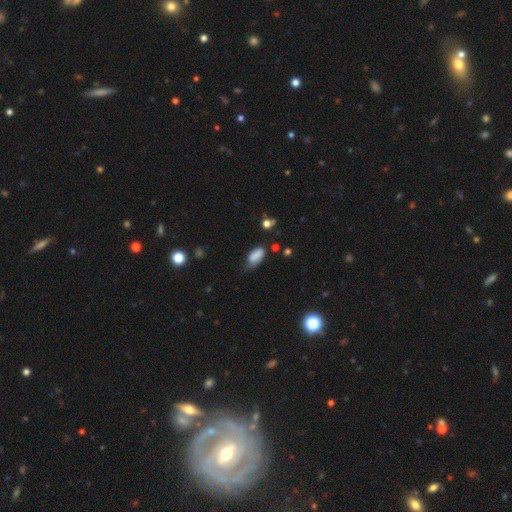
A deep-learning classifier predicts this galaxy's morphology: smooth-or-featured: smooth: 82% | star or artifact: 9% | featured or disk: 9%
  how-rounded: in between: 90% | cigar-shaped: 7% | round: 4%
  merging: none: 43% | minor disturbance: 41% | major disturbance: 13% | merger: 3%